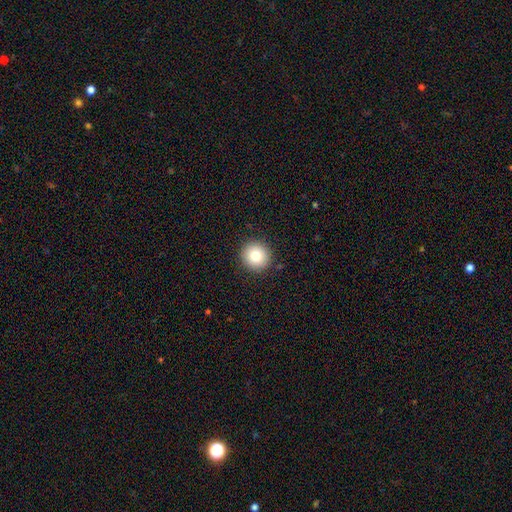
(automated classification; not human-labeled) The model was most divided on "smooth or featured": smooth: 82%, star or artifact: 10%, featured or disk: 8%. More confident: how rounded — round (94%); merging — none (91%).